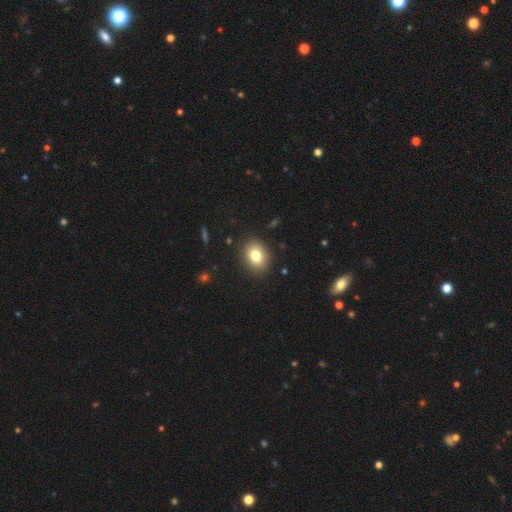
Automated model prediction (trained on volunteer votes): Smooth or featured? Predicted: smooth (p=0.80). How rounded? Predicted: in between (p=0.59). Merging? Predicted: none (p=0.89).